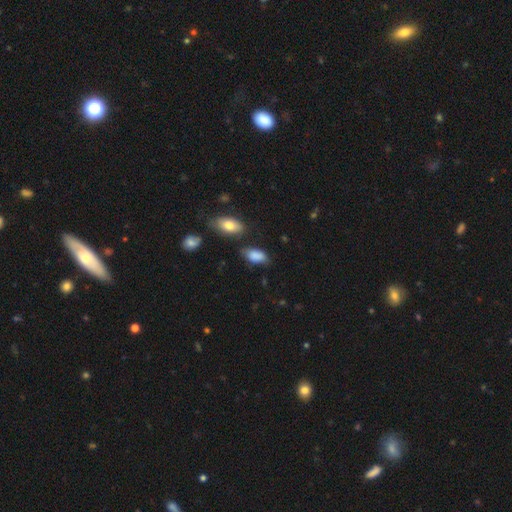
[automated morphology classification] smooth_or_featured: smooth (p=0.85) [alt: featured or disk p=0.08]
how_rounded: in between (p=0.93) [alt: cigar-shaped p=0.04]
merging: none (p=0.65) [alt: minor disturbance p=0.24]